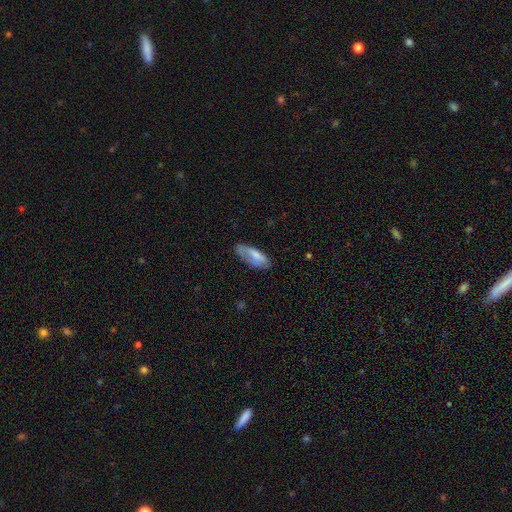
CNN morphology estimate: Q: Smooth or featured?
A: smooth (70%); runner-up: featured or disk (23%)
Q: How rounded?
A: in between (77%); runner-up: cigar-shaped (21%)
Q: Merging?
A: none (54%); runner-up: minor disturbance (31%)